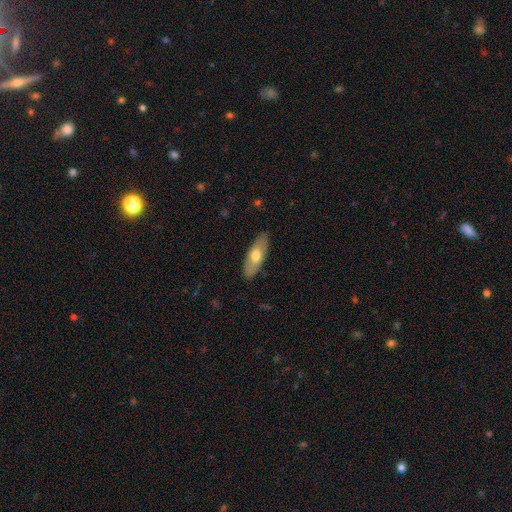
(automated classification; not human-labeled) smooth_or_featured: smooth (p=0.62) [alt: featured or disk p=0.32]
how_rounded: in between (p=0.72) [alt: cigar-shaped p=0.26]
merging: none (p=0.86) [alt: minor disturbance p=0.11]